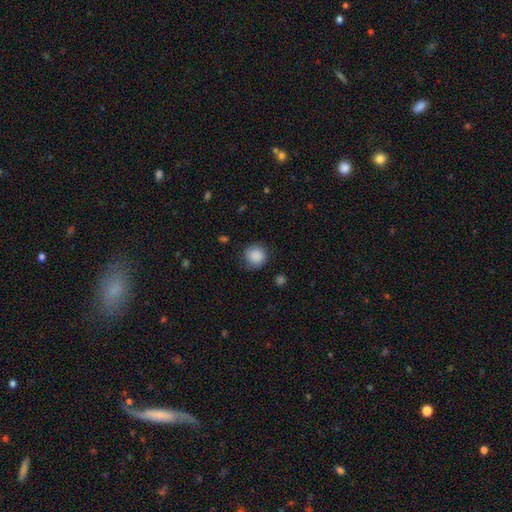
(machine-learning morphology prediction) This is clearly a smooth galaxy (87%). How rounded: clearly round (91%). Merging: clearly none (81%).